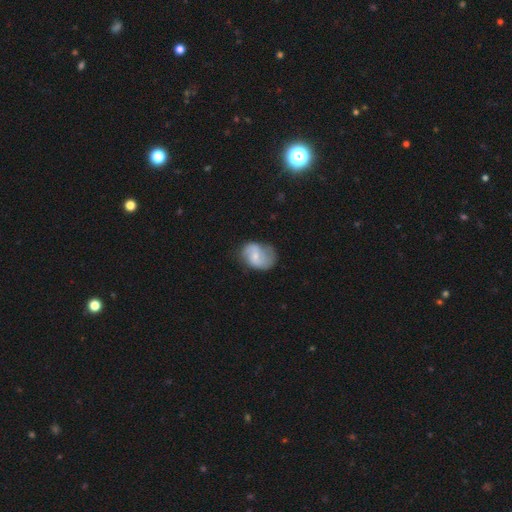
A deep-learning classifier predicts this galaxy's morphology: Q: Smooth or featured?
A: featured or disk (52%); runner-up: smooth (40%)
Q: Edge-on disk?
A: no (97%); runner-up: yes (3%)
Q: Bar?
A: weak (46%); runner-up: no (42%)
Q: Spiral arms?
A: yes (83%); runner-up: no (17%)
Q: Bulge size?
A: small (54%); runner-up: moderate (33%)
Q: Merging?
A: none (55%); runner-up: minor disturbance (30%)